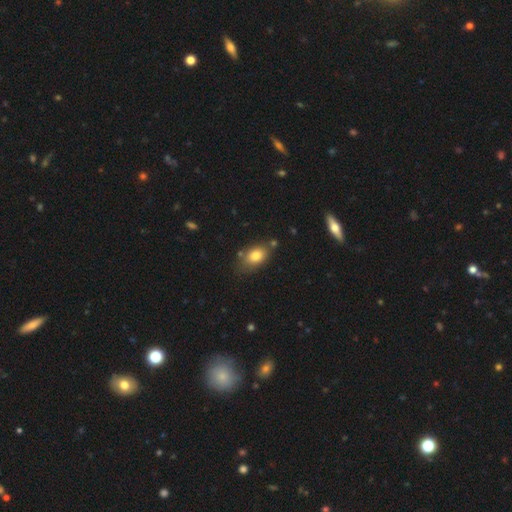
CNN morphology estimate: Smooth or featured?
  - smooth: 81% *
  - featured or disk: 11%
  - star or artifact: 9%
How rounded?
  - in between: 83% *
  - round: 15%
  - cigar-shaped: 2%
Merging?
  - none: 68% *
  - minor disturbance: 19%
  - merger: 8%
  - major disturbance: 5%